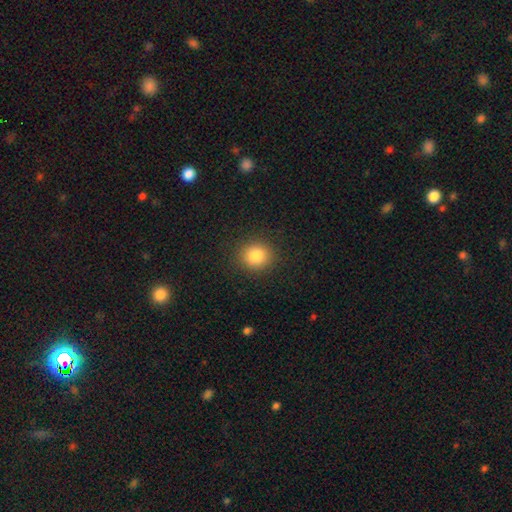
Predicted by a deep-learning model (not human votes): Overall: smooth (83%). How rounded: round (85%). Merging: none (90%).